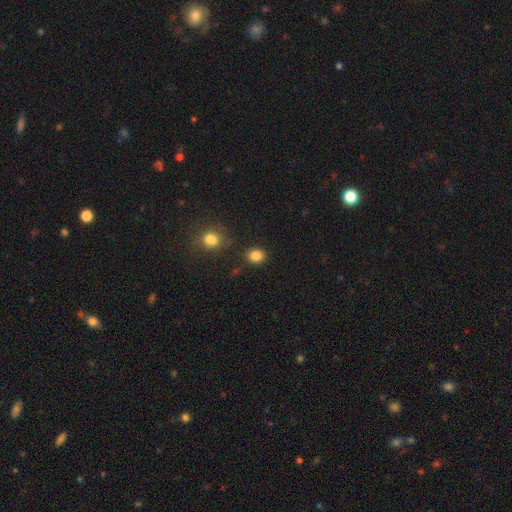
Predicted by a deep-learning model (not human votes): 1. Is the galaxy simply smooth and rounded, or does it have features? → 85% smooth, 11% star or artifact, 4% featured or disk.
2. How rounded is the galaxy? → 68% round, 31% in between, 1% cigar-shaped.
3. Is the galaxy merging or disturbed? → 83% none, 10% minor disturbance, 4% merger, 3% major disturbance.